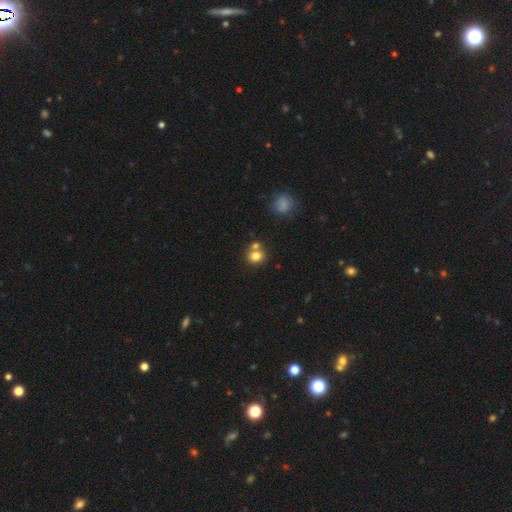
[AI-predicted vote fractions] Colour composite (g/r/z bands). It shows a smooth galaxy with no disk features (78%) that is round (71%). Merging: none (53%).